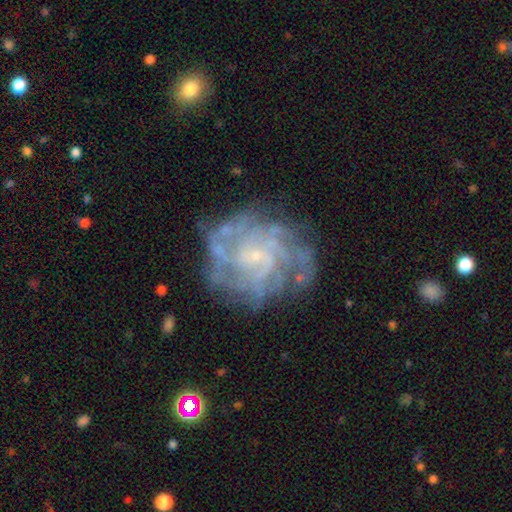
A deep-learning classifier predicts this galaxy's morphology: Smooth or featured: featured or disk — 83% (star or artifact — 8%)
Edge-on disk: no — 98% (yes — 2%)
Bar: no — 60% (weak — 33%)
Spiral arms: yes — 91% (no — 9%)
Spiral winding: tight — 59% (medium — 32%)
Spiral arm count: can't tell — 37% (4 — 21%)
Bulge size: small — 76% (moderate — 11%)
Merging: none — 68% (minor disturbance — 18%)